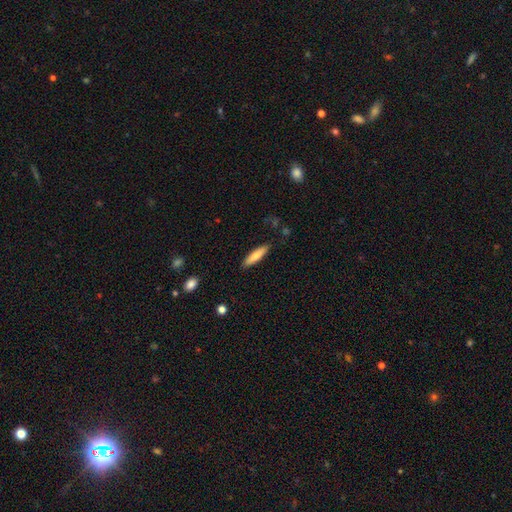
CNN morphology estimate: type=smooth (78%); roundness=cigar-shaped (76%); merging=none (88%).